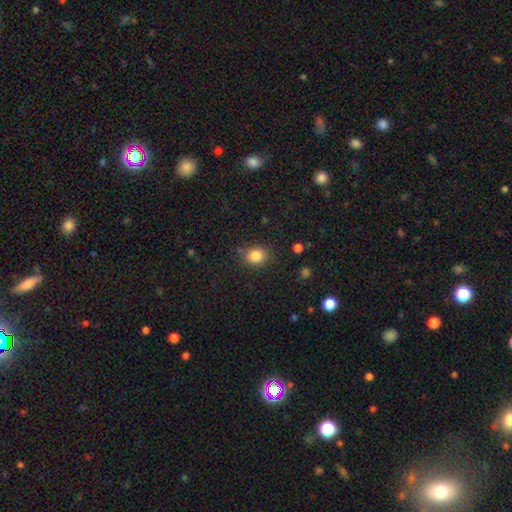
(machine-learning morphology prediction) A smooth galaxy with no disk features (85%) that is round (58%). Merging: none (79%).